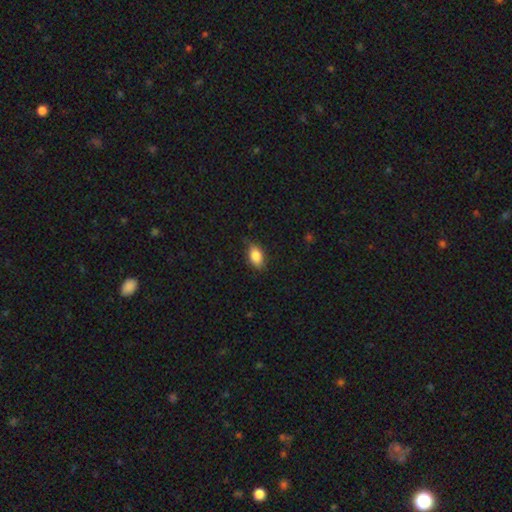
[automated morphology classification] A smooth galaxy with no disk features (84%) that is in between round and cigar-shaped (88%). Merging: none (78%).